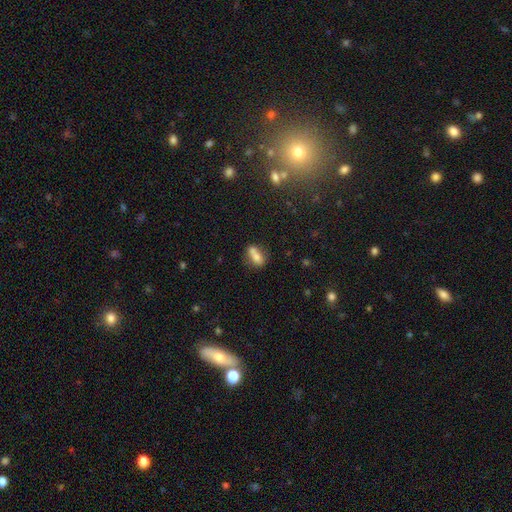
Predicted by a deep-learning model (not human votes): This appears to be a smooth galaxy with no disk features (71%) that is in between round and cigar-shaped (71%). Merging: merger (44%).